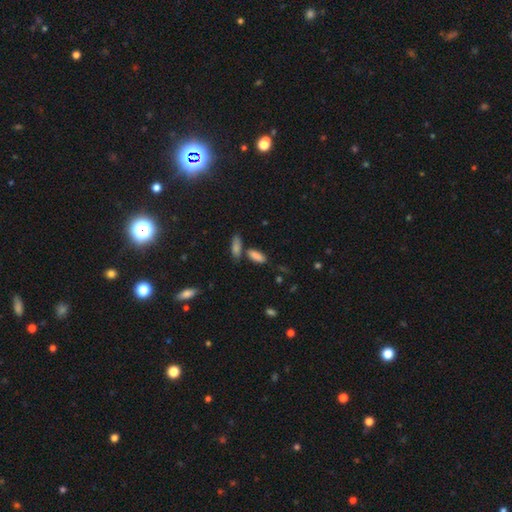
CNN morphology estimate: type=smooth (82%); roundness=in between (72%); merging=none (60%).